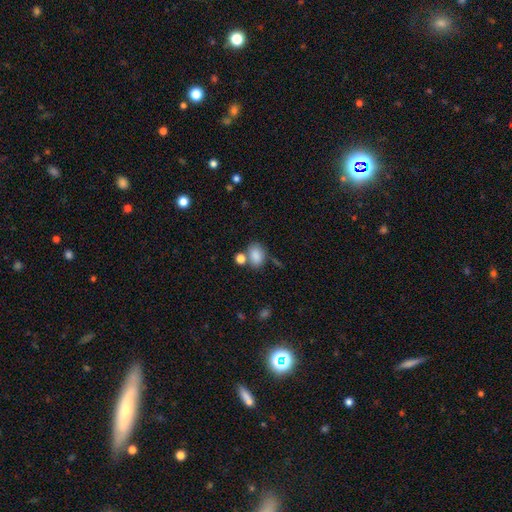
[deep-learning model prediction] Overall: smooth (84%). How rounded: in between (74%). Merging: none (57%; merger 22%).